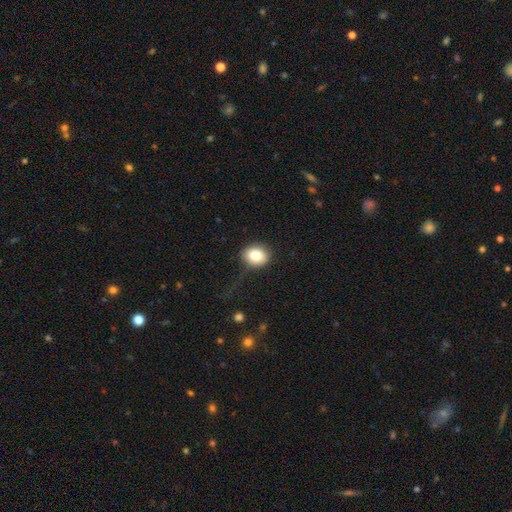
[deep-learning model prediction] The model was most divided on "how rounded": round: 57%, in between: 42%, cigar-shaped: 1%. More confident: smooth or featured — smooth (82%); merging — none (73%).